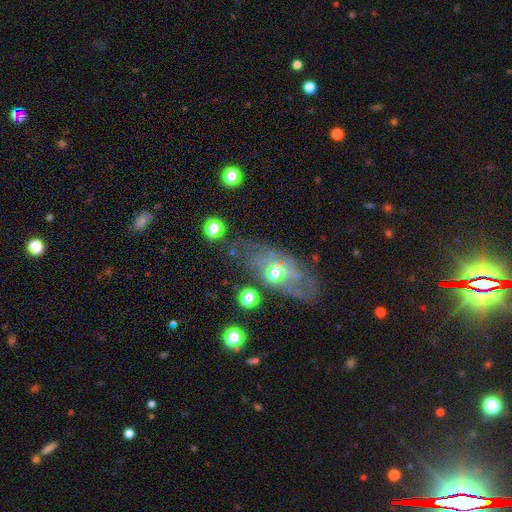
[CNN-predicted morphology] This appears to be a featured or disk galaxy (61%). Merging: none (69%).